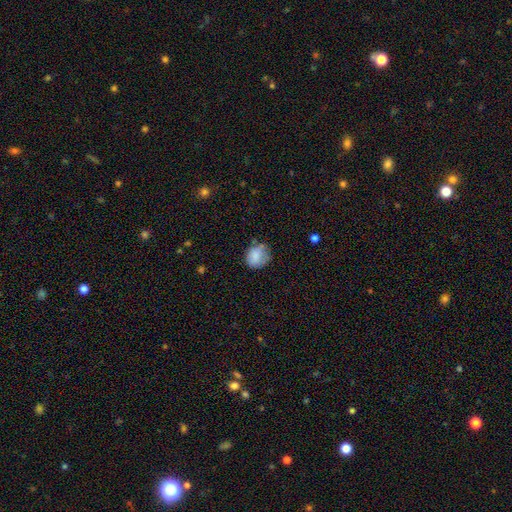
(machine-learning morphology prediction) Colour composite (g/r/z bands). It shows a smooth galaxy with no disk features (79%) that is round (71%). Merging: none (56%).